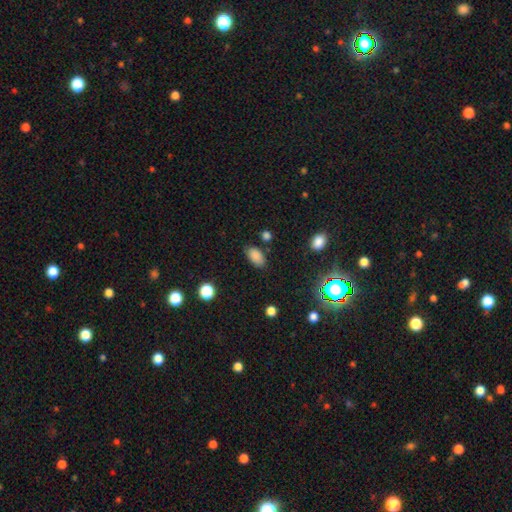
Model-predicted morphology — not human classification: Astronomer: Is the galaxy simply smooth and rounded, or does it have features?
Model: smooth — 85%.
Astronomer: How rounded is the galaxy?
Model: in between — 92%.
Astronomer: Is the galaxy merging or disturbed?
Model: none — 80%.